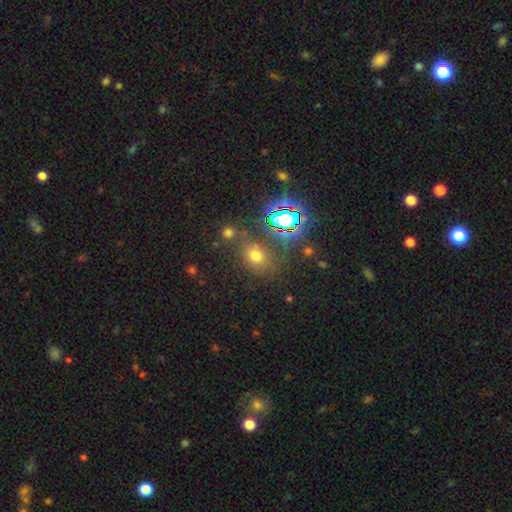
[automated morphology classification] smooth_or_featured: smooth (p=0.55) [alt: star or artifact p=0.36]
how_rounded: round (p=0.53) [alt: in between p=0.46]
merging: none (p=0.67) [alt: minor disturbance p=0.13]